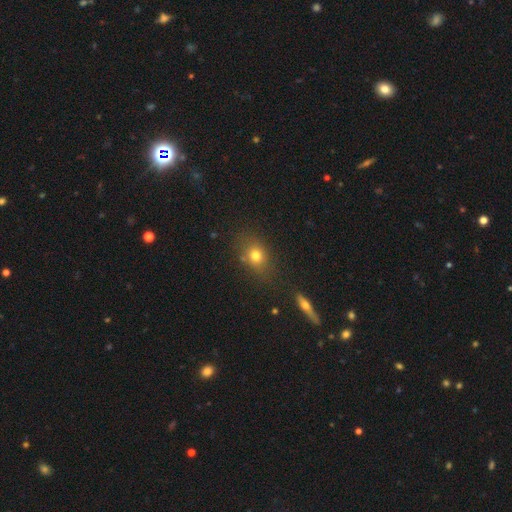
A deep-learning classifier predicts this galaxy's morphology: Smooth or featured? Predicted: smooth (p=0.74). How rounded? Predicted: in between (p=0.53). Merging? Predicted: none (p=0.76).